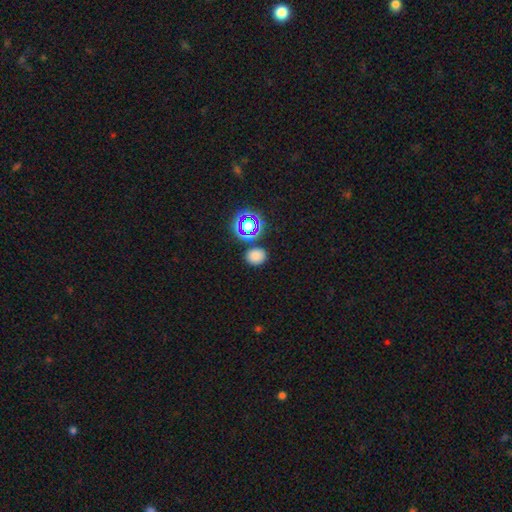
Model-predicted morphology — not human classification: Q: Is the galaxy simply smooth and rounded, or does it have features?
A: smooth — 75%.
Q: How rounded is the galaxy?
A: round — 63%.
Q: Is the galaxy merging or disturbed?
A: none — 81%.